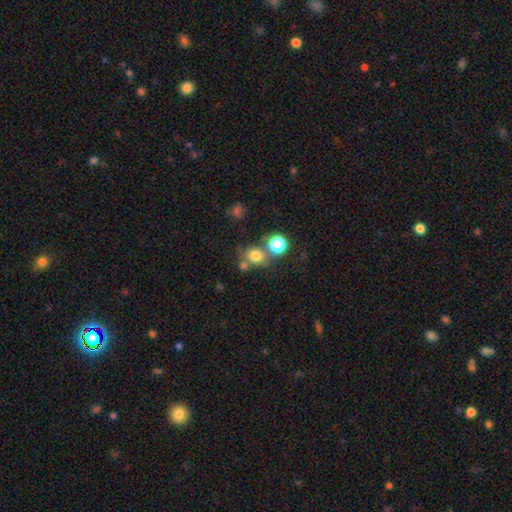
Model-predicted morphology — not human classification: A smooth galaxy with no disk features (74%) that is round (79%).

Vote fractions:
- Smooth or featured? smooth: 74% / star or artifact: 16% / featured or disk: 9%
- How rounded? round: 79% / in between: 20% / cigar-shaped: 1%
- Merging? none: 57% / merger: 27% / minor disturbance: 10% / major disturbance: 5%